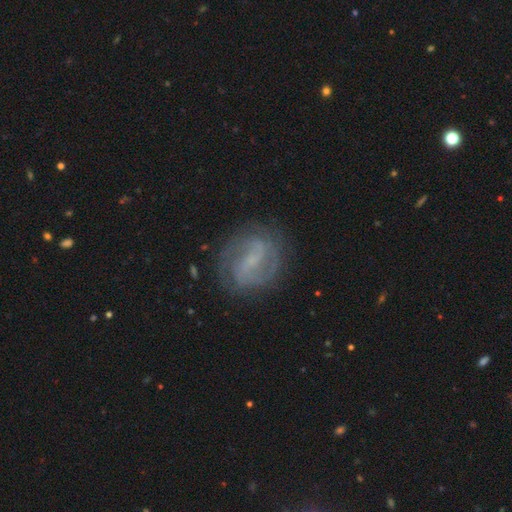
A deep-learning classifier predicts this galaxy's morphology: smooth_or_featured: featured or disk (p=0.78) [alt: smooth p=0.14]
disk_edge_on: no (p=0.97) [alt: yes p=0.03]
bar: weak (p=0.48) [alt: strong p=0.36]
has_spiral_arms: yes (p=0.91) [alt: no p=0.09]
spiral_winding: medium (p=0.46) [alt: tight p=0.32]
spiral_arm_count: 2 (p=0.84) [alt: can't tell p=0.09]
bulge_size: small (p=0.50) [alt: none p=0.33]
merging: none (p=0.81) [alt: minor disturbance p=0.12]